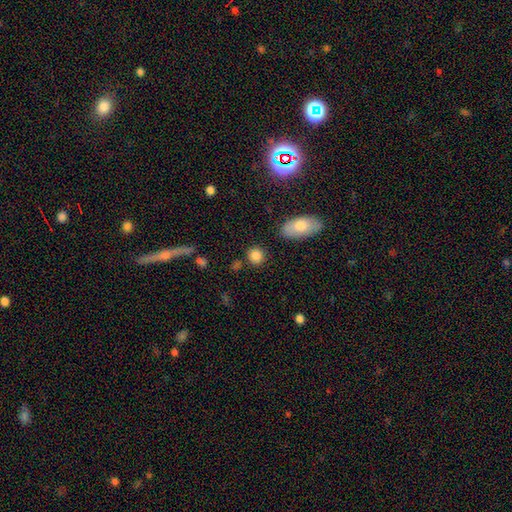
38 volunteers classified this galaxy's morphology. type=smooth (92%); roundness=round (83%); merging=none (82%).